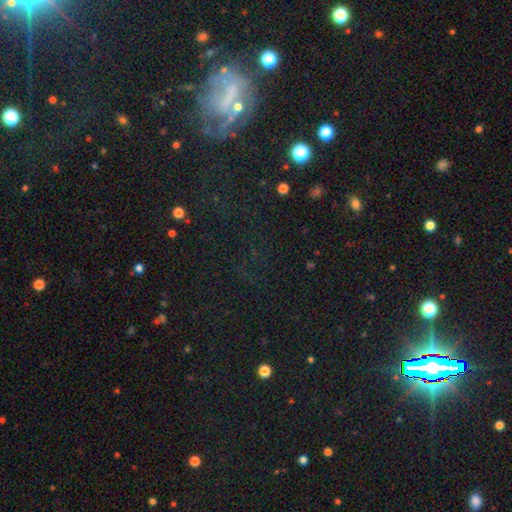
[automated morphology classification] A star or artifact, not a galaxy (71%).